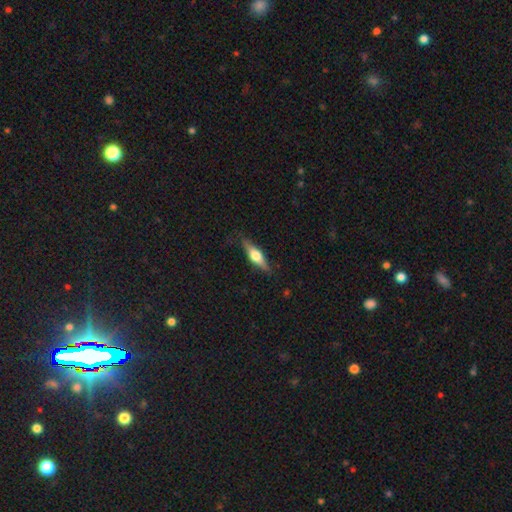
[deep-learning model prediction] The model was most divided on "smooth or featured": featured or disk: 56%, smooth: 38%, star or artifact: 6%. More confident: edge-on disk — yes (95%); edge-on bulge — rounded (92%); merging — none (83%).